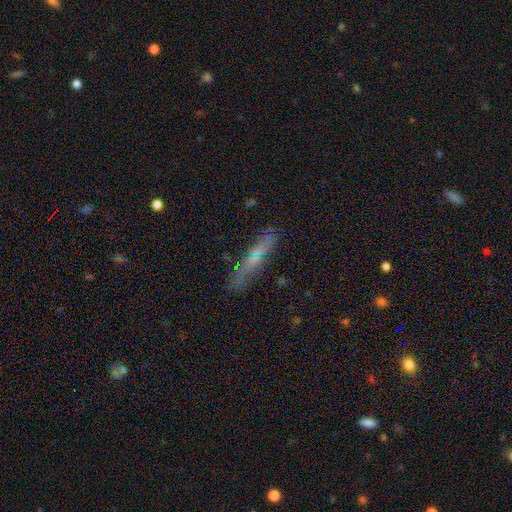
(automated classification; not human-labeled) smooth_or_featured: smooth (p=0.46) [alt: featured or disk p=0.44]
merging: none (p=0.78) [alt: minor disturbance p=0.16]